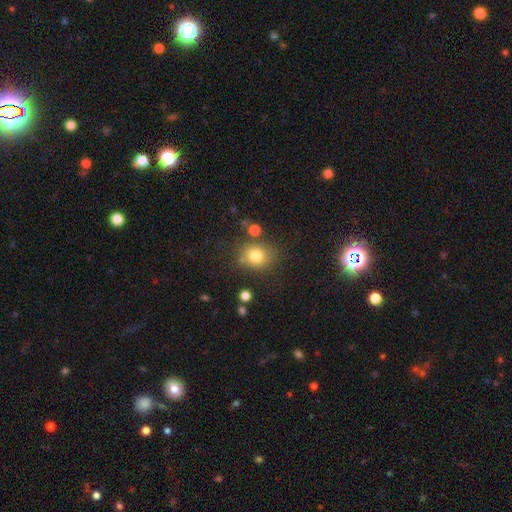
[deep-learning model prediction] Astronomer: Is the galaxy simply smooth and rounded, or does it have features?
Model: smooth — 80%.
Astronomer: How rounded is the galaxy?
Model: round — 69%.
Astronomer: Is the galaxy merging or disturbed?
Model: none — 72%.